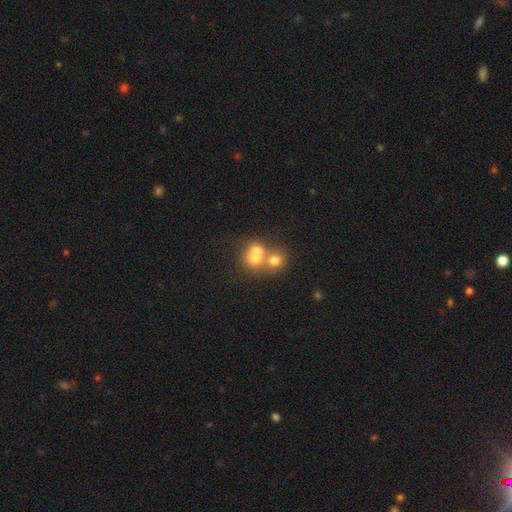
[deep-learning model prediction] Smooth or featured? smooth (64%)
How rounded? round (76%)
Merging? merger (63%)